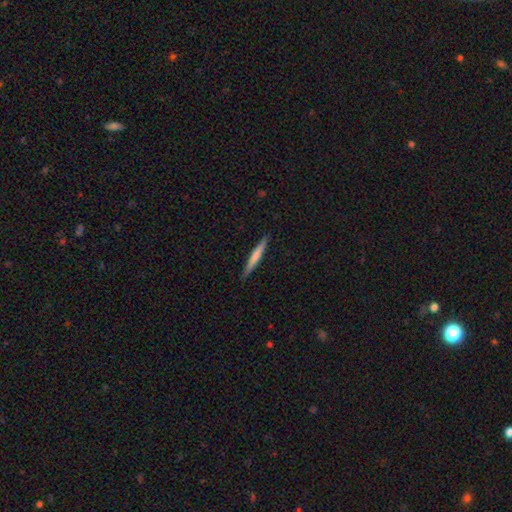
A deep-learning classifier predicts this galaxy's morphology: Q: Smooth or featured?
A: smooth (59%); runner-up: featured or disk (36%)
Q: How rounded?
A: cigar-shaped (96%); runner-up: in between (3%)
Q: Merging?
A: none (90%); runner-up: minor disturbance (8%)